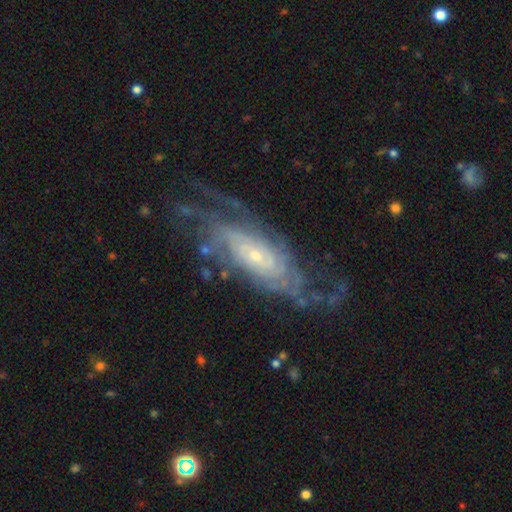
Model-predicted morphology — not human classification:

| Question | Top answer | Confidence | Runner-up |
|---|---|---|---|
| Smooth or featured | featured or disk | 86% | smooth (8%) |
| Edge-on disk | no | 90% | yes (10%) |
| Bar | no | 69% | weak (23%) |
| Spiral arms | yes | 95% | no (5%) |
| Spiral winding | tight | 59% | medium (31%) |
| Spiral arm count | can't tell | 40% | 4 (17%) |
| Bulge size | small | 75% | moderate (19%) |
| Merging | none | 67% | minor disturbance (18%) |